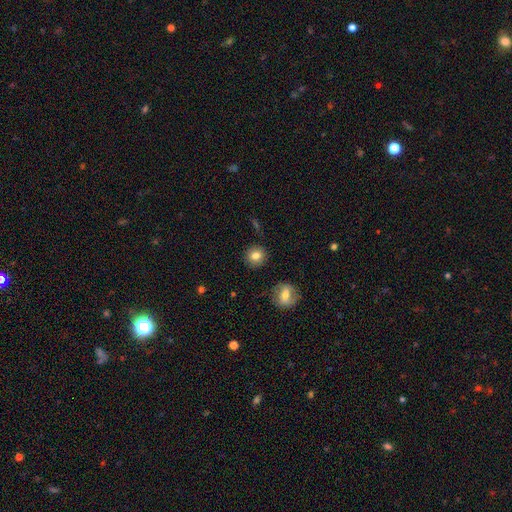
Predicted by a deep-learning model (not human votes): smooth 81%, star or artifact 10%, featured or disk 9%. Down the decision tree: how rounded — round (90%); merging — none (89%).